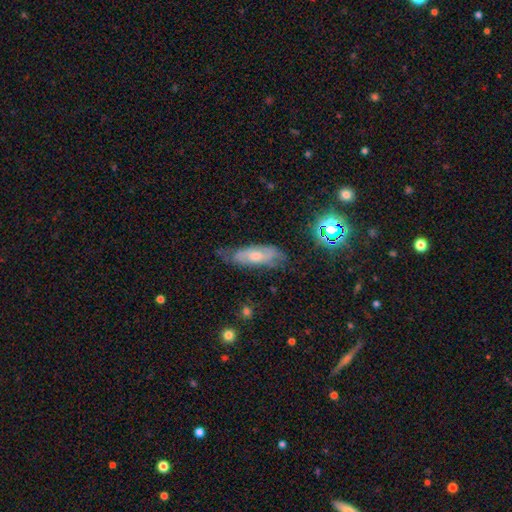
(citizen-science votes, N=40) Smooth or featured? featured or disk (55%)
Edge-on disk? no (82%)
Bar? weak (50%)
Spiral arms? yes (72%)
Spiral winding? medium (62%)
Spiral arm count? 2 (62%)
Bulge size? moderate (39%)
Merging? none (43%, tied with minor disturbance)